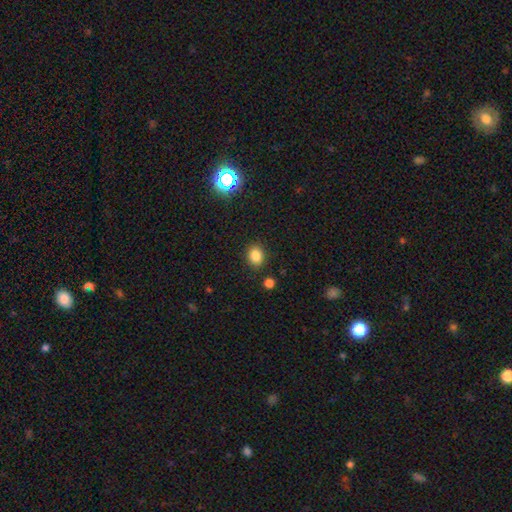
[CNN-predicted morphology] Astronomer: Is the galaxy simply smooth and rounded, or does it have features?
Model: smooth — 83%.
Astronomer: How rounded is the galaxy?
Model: round — 51% (runner-up: in between, 48%).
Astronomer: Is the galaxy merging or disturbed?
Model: none — 85%.